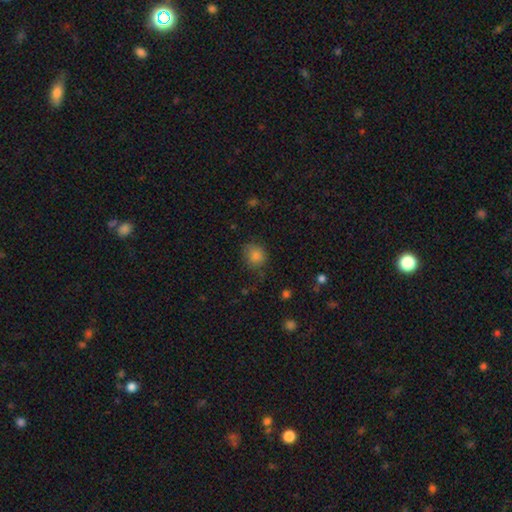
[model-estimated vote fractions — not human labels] This is clearly a smooth galaxy (82%). How rounded: likely round (75%). Merging: likely none (74%).